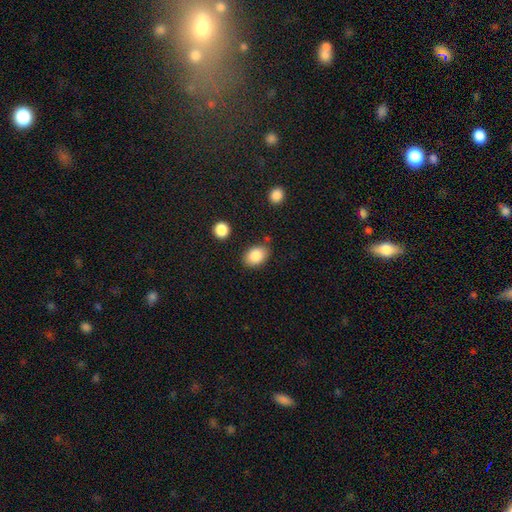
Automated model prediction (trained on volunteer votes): Smooth or featured? Predicted: smooth (p=0.86). How rounded? Predicted: in between (p=0.79). Merging? Predicted: none (p=0.78).